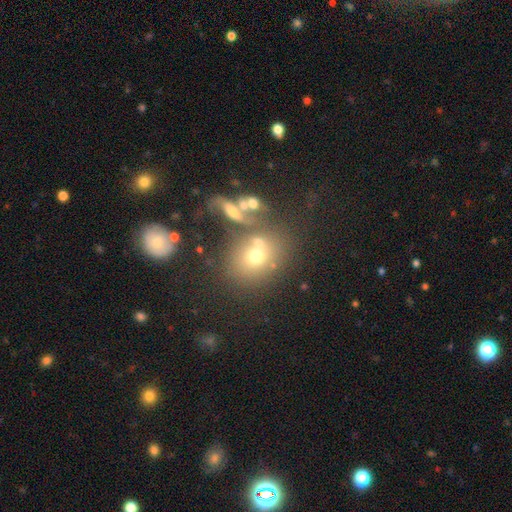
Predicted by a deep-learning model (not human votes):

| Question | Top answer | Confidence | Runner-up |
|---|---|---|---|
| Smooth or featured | smooth | 62% | featured or disk (20%) |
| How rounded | round | 63% | in between (35%) |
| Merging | none | 49% | merger (29%) |